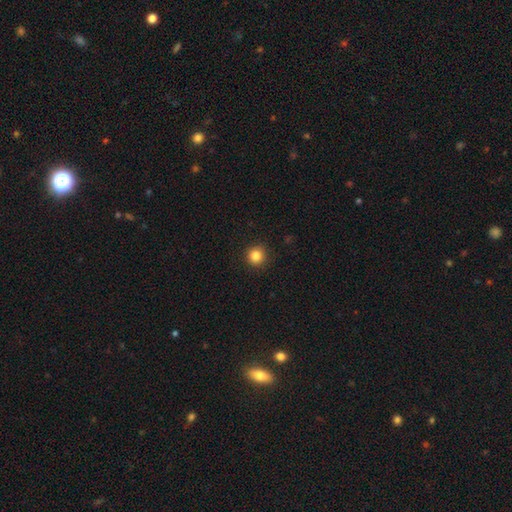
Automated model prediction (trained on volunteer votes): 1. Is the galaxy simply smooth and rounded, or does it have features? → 84% smooth, 11% star or artifact, 4% featured or disk.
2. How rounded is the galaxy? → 94% round, 5% in between, 1% cigar-shaped.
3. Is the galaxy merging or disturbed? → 92% none, 5% minor disturbance, 2% major disturbance, 1% merger.